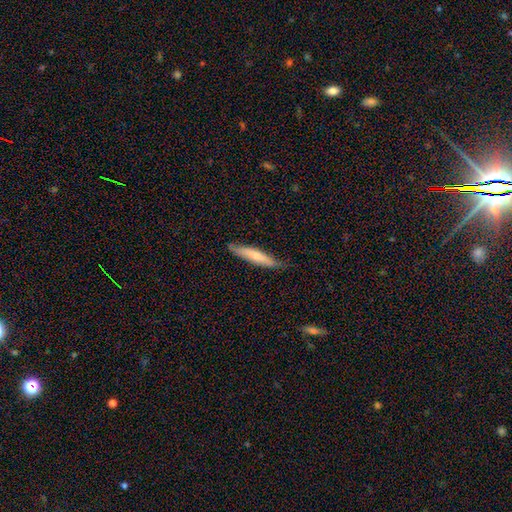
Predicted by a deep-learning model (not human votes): This is possibly a smooth galaxy (60%). How rounded: clearly cigar-shaped (87%). Merging: likely none (75%).